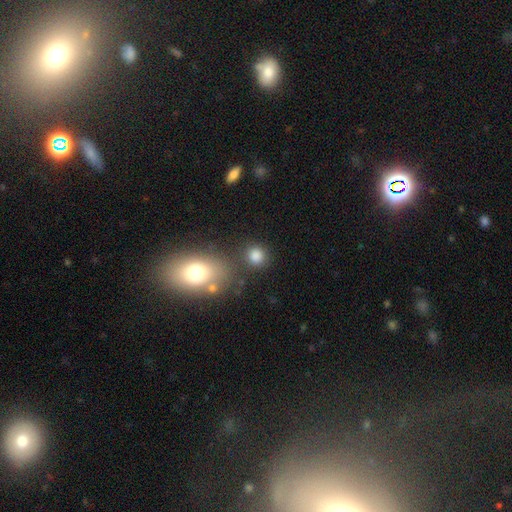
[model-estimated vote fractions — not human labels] A smooth galaxy with no disk features (83%) that is round (86%). Merging: none (75%).